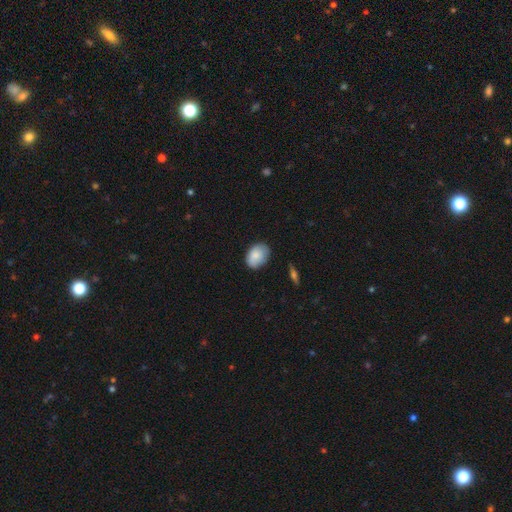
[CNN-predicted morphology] Smooth or featured: smooth — 85% (featured or disk — 9%)
How rounded: in between — 78% (round — 21%)
Merging: none — 76% (minor disturbance — 20%)